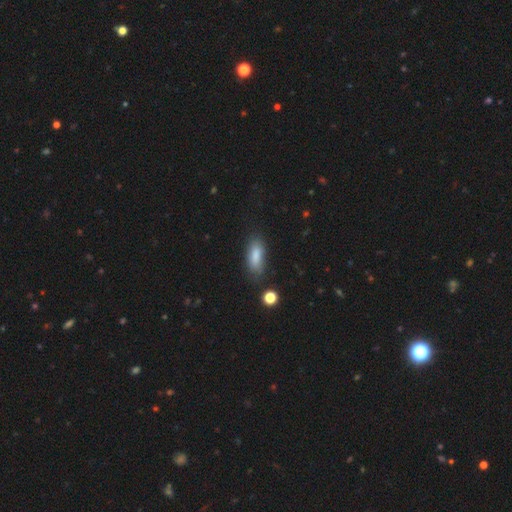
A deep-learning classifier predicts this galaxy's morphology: Overall: smooth (84%). How rounded: in between (78%). Merging: none (75%).